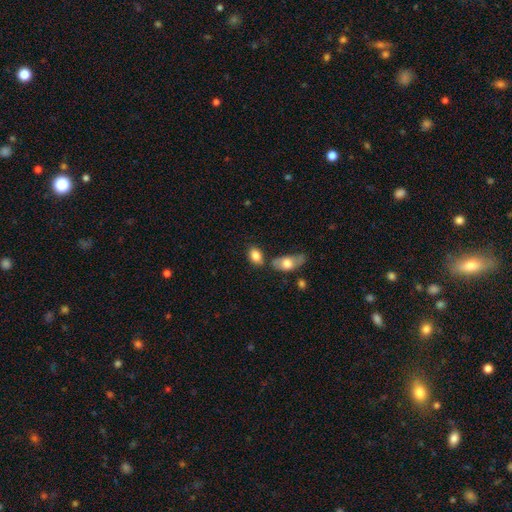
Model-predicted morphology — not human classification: Smooth or featured? Predicted: smooth (p=0.83). How rounded? Predicted: in between (p=0.86). Merging? Predicted: none (p=0.58).